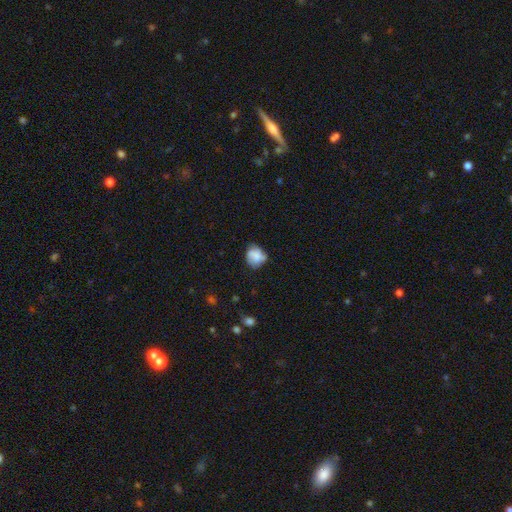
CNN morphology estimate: smooth-or-featured: smooth: 66% | featured or disk: 26% | star or artifact: 9%
  how-rounded: round: 64% | in between: 35% | cigar-shaped: 1%
  merging: none: 54% | minor disturbance: 30% | major disturbance: 10% | merger: 5%